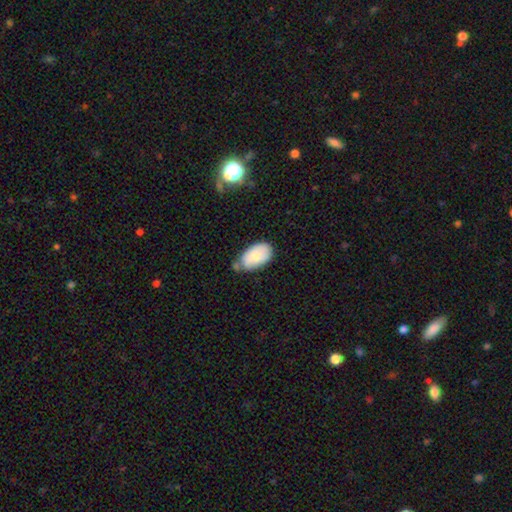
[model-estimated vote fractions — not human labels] Overall: smooth (75%). How rounded: in between (93%). Merging: none (52%; minor disturbance 32%).